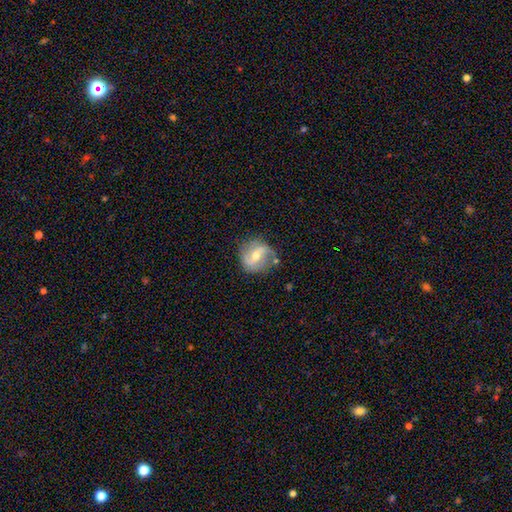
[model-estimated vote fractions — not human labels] Smooth or featured: featured or disk — 70% (smooth — 23%)
Edge-on disk: no — 96% (yes — 4%)
Bar: weak — 46% (strong — 32%)
Spiral arms: yes — 84% (no — 16%)
Spiral winding: loose — 47% (medium — 38%)
Spiral arm count: 2 — 83% (can't tell — 8%)
Bulge size: moderate — 65% (small — 30%)
Merging: none — 71% (minor disturbance — 19%)